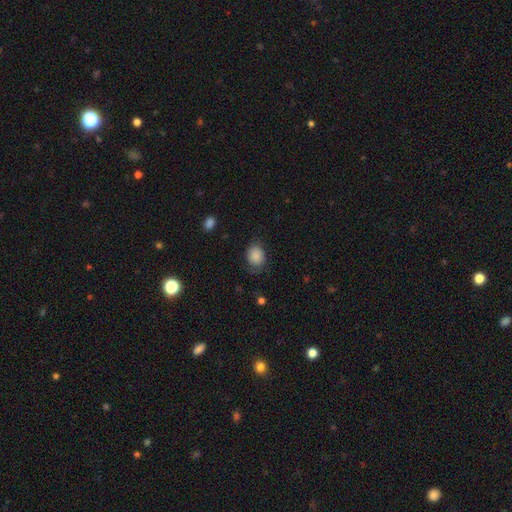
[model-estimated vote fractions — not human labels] Q: Smooth or featured?
A: smooth (86%); runner-up: star or artifact (8%)
Q: How rounded?
A: in between (52%); runner-up: round (47%)
Q: Merging?
A: none (67%); runner-up: minor disturbance (24%)